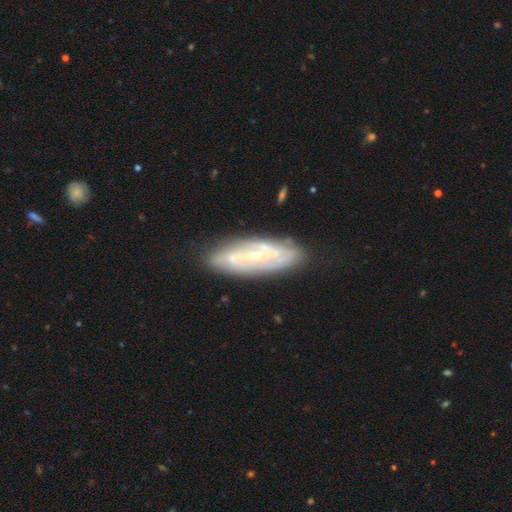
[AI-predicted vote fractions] A featured or disk galaxy (78%) with no bar (50%), tight (54%) spiral arms (82%) and a small central bulge (71%). Merging: none (79%).